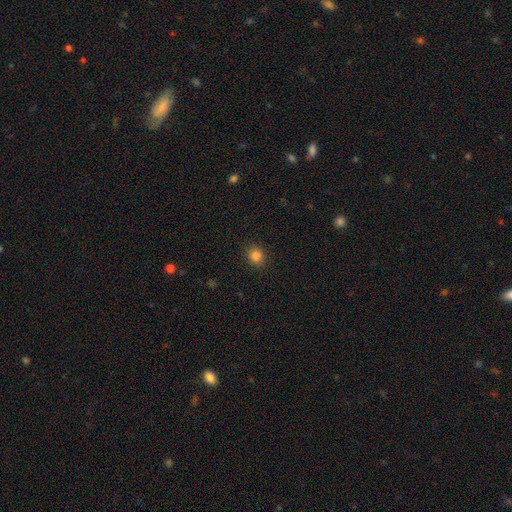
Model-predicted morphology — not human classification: Q: Smooth or featured?
A: smooth (84%); runner-up: star or artifact (12%)
Q: How rounded?
A: round (85%); runner-up: in between (14%)
Q: Merging?
A: none (90%); runner-up: minor disturbance (7%)